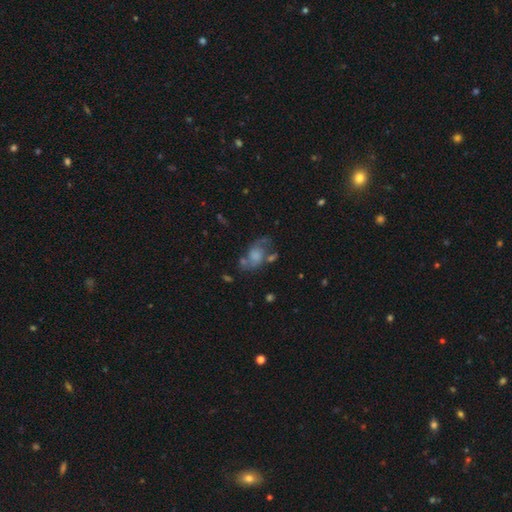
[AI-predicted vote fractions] This is possibly a featured or disk galaxy (54%). It is clearly not viewed edge-on (96%). Bar: likely no (73%). Spiral arm pattern: likely yes (74%). Central bulge: marginally none (33%). Merging: marginally none (42%).